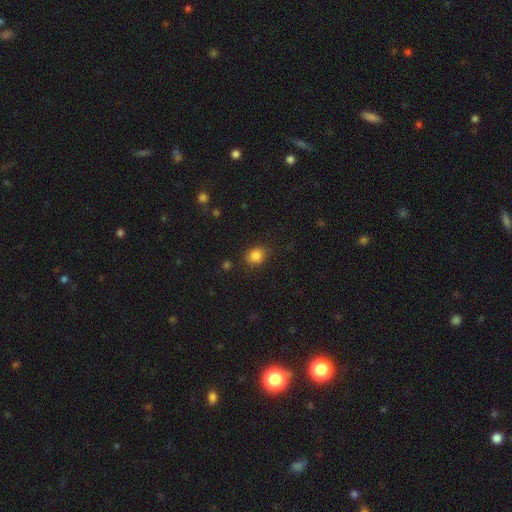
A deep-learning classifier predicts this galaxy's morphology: Smooth or featured: smooth — 84% (star or artifact — 10%)
How rounded: round — 57% (in between — 42%)
Merging: none — 80% (minor disturbance — 14%)